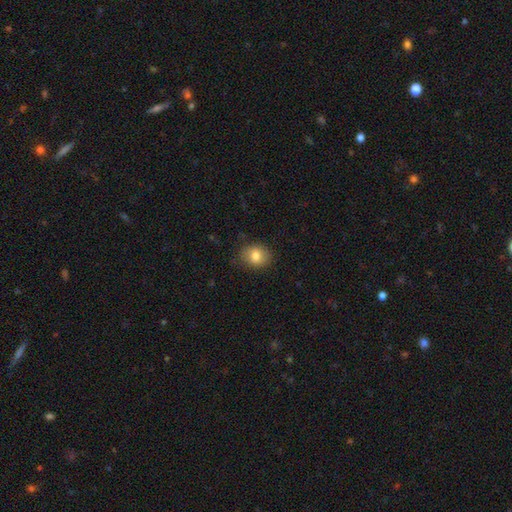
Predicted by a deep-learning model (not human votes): Smooth or featured? Predicted: smooth (p=0.81). How rounded? Predicted: round (p=0.56). Merging? Predicted: none (p=0.82).